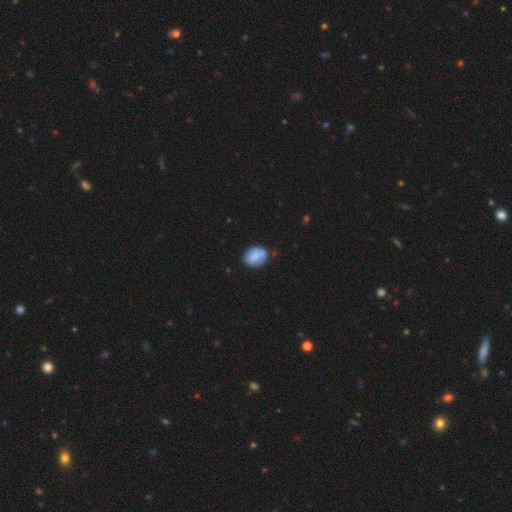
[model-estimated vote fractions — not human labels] A smooth galaxy with no disk features (67%) that is in between round and cigar-shaped (56%). Merging: none (64%).